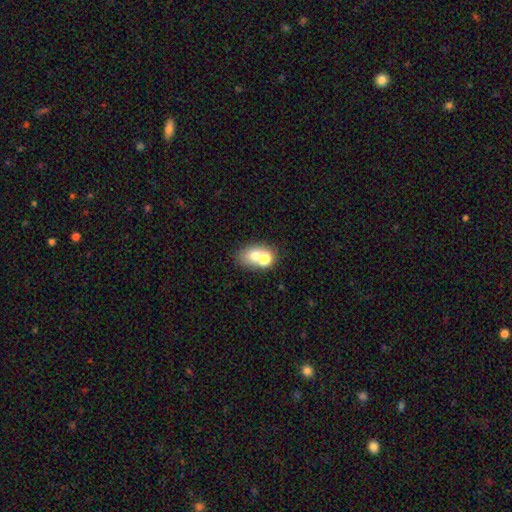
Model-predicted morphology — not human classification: Smooth or featured: smooth — 66% (featured or disk — 21%)
How rounded: in between — 59% (round — 40%)
Merging: merger — 47% (none — 40%)